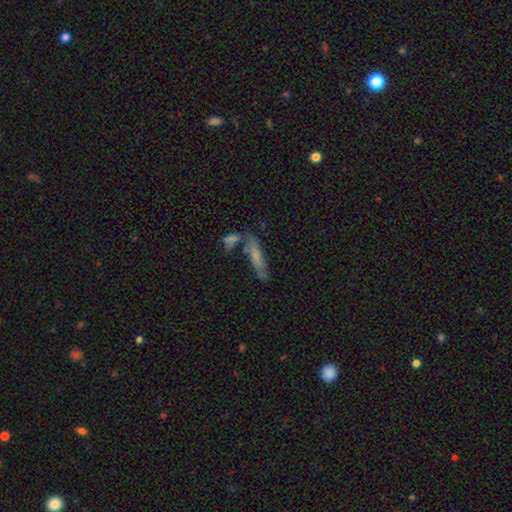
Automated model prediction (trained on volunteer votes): Smooth or featured?
  - smooth: 57% *
  - featured or disk: 34%
  - star or artifact: 10%
How rounded?
  - cigar-shaped: 76% *
  - in between: 21%
  - round: 3%
Merging?
  - none: 55% *
  - merger: 23%
  - minor disturbance: 16%
  - major disturbance: 7%